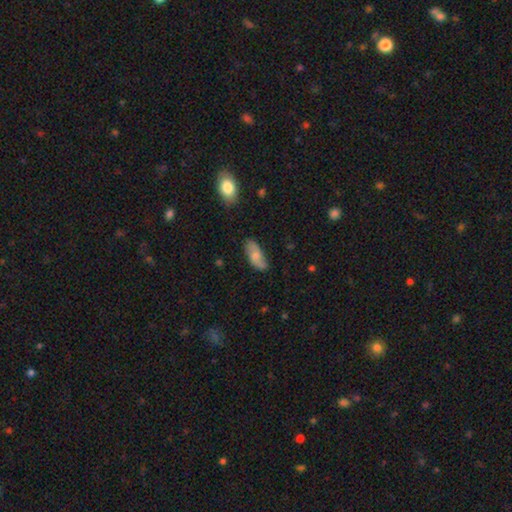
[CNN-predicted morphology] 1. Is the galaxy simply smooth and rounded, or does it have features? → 66% smooth, 28% featured or disk, 6% star or artifact.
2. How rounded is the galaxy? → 85% in between, 12% cigar-shaped, 3% round.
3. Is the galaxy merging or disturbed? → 75% none, 19% minor disturbance, 4% major disturbance, 2% merger.